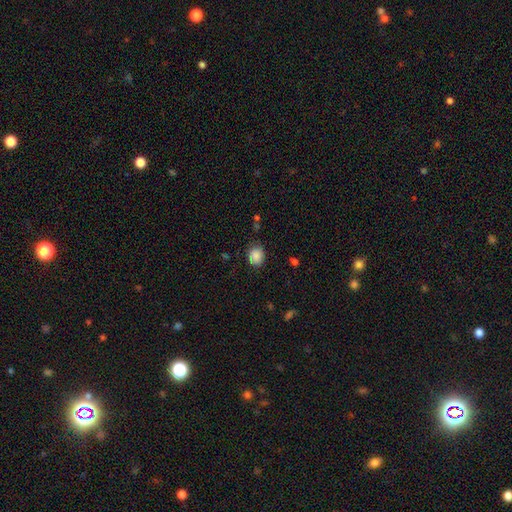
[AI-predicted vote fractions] smooth 86%, star or artifact 9%, featured or disk 6%. Down the decision tree: how rounded — round (60%); merging — none (75%).